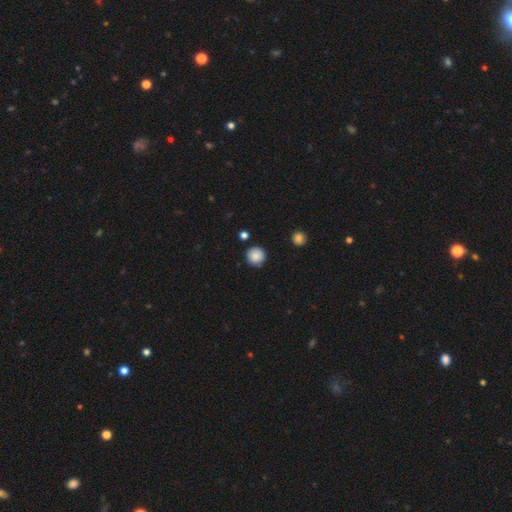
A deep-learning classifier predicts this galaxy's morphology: smooth_or_featured: smooth (p=0.87) [alt: star or artifact p=0.09]
how_rounded: round (p=0.95) [alt: in between p=0.04]
merging: none (p=0.87) [alt: minor disturbance p=0.08]